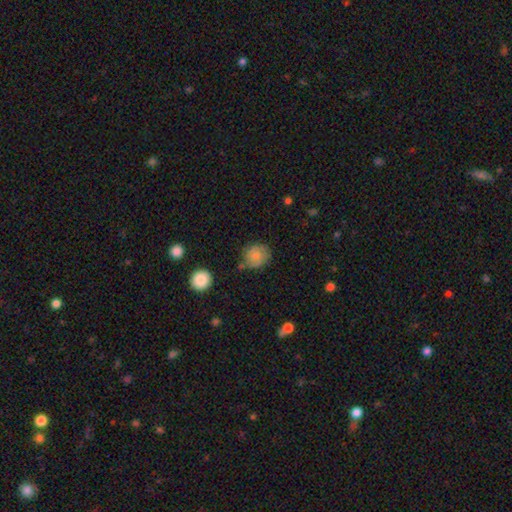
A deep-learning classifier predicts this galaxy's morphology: Smooth or featured: smooth — 77% (featured or disk — 14%)
How rounded: round — 83% (in between — 16%)
Merging: none — 67% (minor disturbance — 22%)